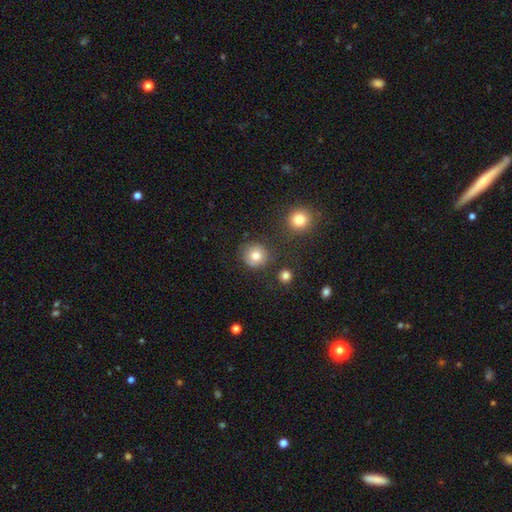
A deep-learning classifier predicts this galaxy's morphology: This appears to be a smooth galaxy with no disk features (79%) that is round (92%). Merging: none (81%).